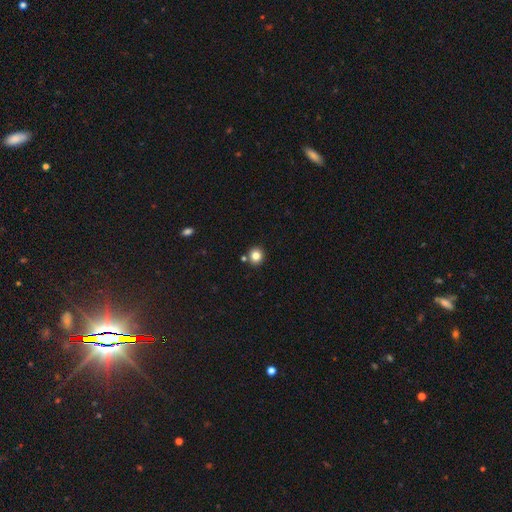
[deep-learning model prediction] Smooth or featured: smooth — 83% (star or artifact — 12%)
How rounded: round — 87% (in between — 13%)
Merging: none — 85% (minor disturbance — 7%)